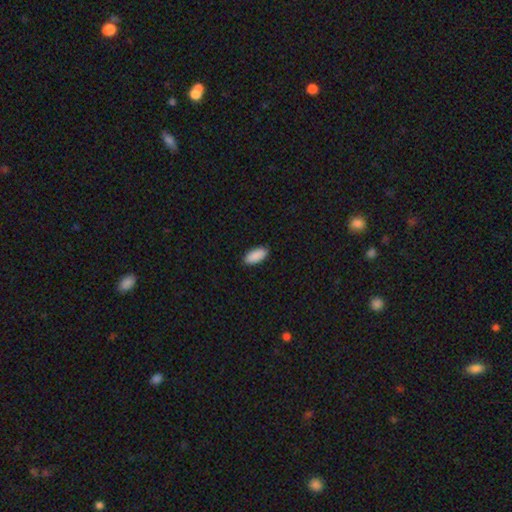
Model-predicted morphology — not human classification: Overall: smooth (91%). How rounded: in between (89%). Merging: none (89%).